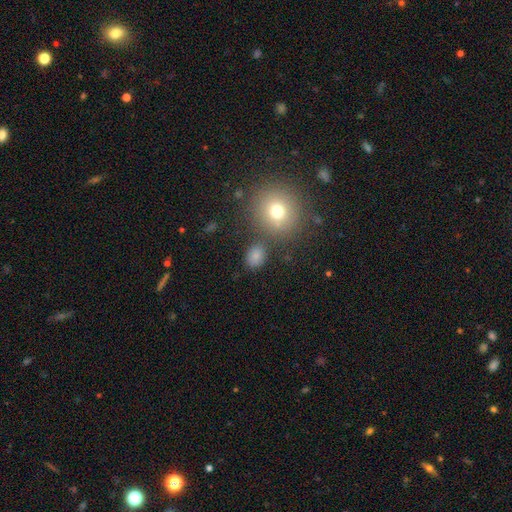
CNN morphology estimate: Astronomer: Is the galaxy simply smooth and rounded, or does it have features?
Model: smooth — 79%.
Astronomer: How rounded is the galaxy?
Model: in between — 50% (runner-up: round, 49%).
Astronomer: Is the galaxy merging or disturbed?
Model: none — 77%.